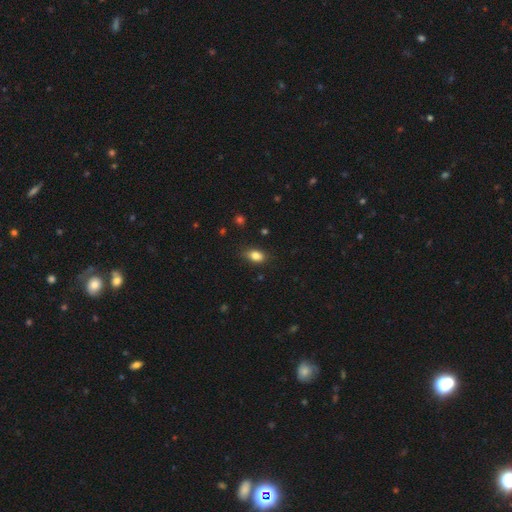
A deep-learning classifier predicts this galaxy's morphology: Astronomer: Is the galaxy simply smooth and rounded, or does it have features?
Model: smooth — 84%.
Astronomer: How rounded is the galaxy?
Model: in between — 83%.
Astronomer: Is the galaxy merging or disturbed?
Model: none — 78%.